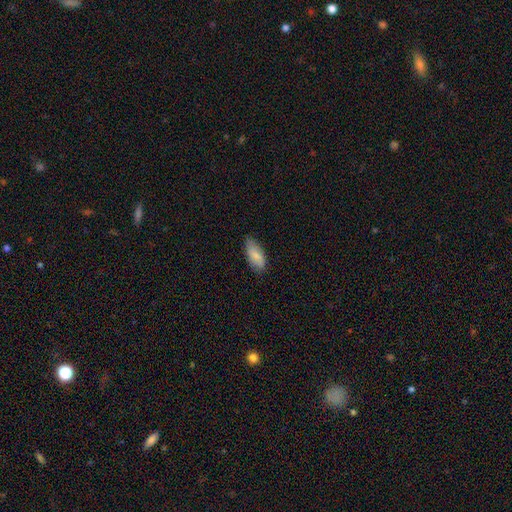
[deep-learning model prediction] The model was most divided on "merging": none: 78%, minor disturbance: 18%, major disturbance: 3%, merger: 1%. More confident: how rounded — in between (89%); smooth or featured — smooth (80%).